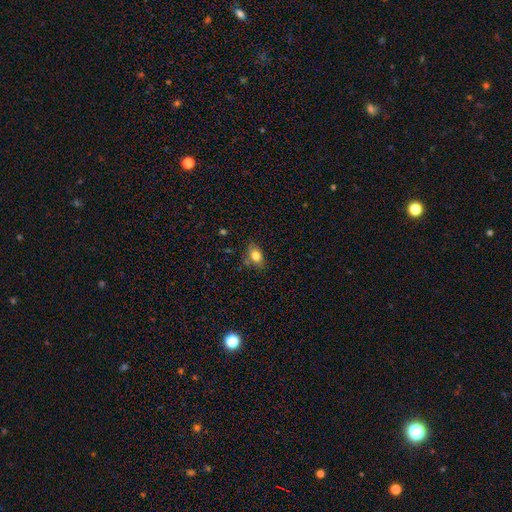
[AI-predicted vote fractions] smooth_or_featured: smooth (p=0.80) [alt: featured or disk p=0.10]
how_rounded: in between (p=0.79) [alt: round p=0.19]
merging: none (p=0.69) [alt: minor disturbance p=0.22]